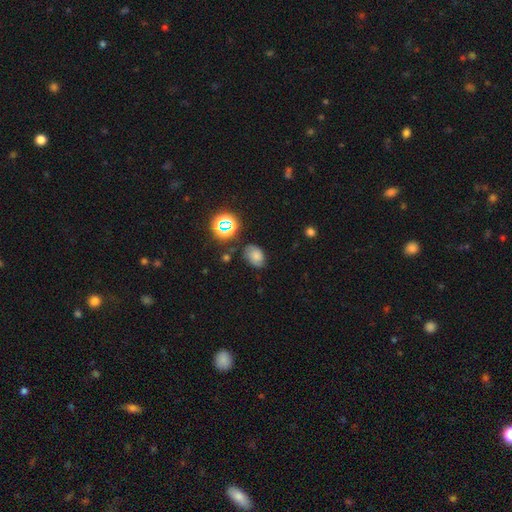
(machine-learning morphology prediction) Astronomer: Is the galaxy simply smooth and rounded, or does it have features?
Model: smooth — 64%.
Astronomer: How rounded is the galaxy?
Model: in between — 74%.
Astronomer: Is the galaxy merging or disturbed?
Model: none — 68%.